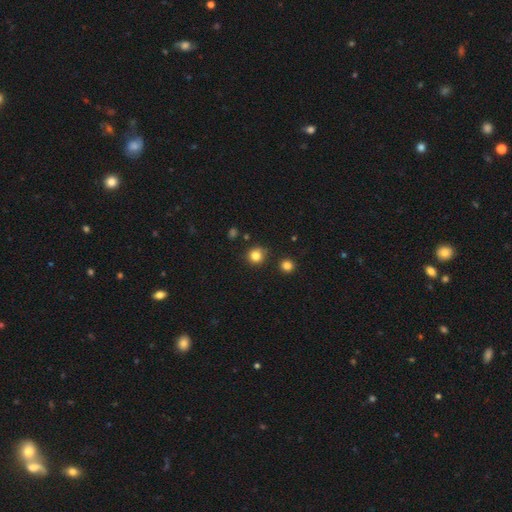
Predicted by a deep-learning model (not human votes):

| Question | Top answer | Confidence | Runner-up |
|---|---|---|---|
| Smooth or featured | smooth | 83% | star or artifact (12%) |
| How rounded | round | 92% | in between (7%) |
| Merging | none | 85% | minor disturbance (10%) |